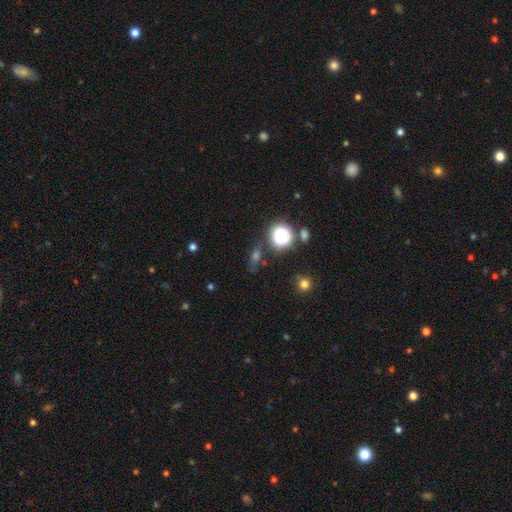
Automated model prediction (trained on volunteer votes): Smooth or featured? Predicted: star or artifact (p=0.46).